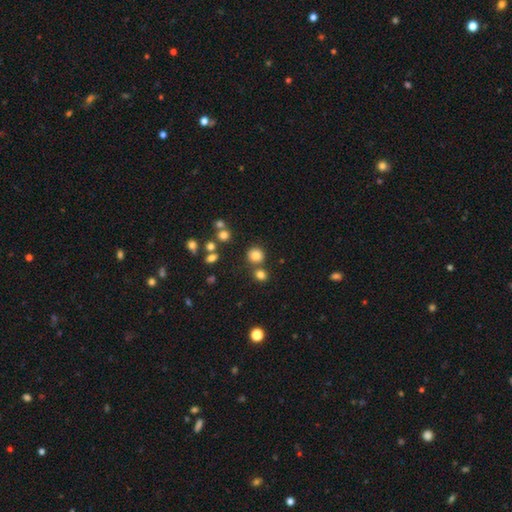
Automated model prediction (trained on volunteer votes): Smooth or featured: smooth — 79% (star or artifact — 14%)
How rounded: round — 88% (in between — 11%)
Merging: none — 74% (merger — 15%)